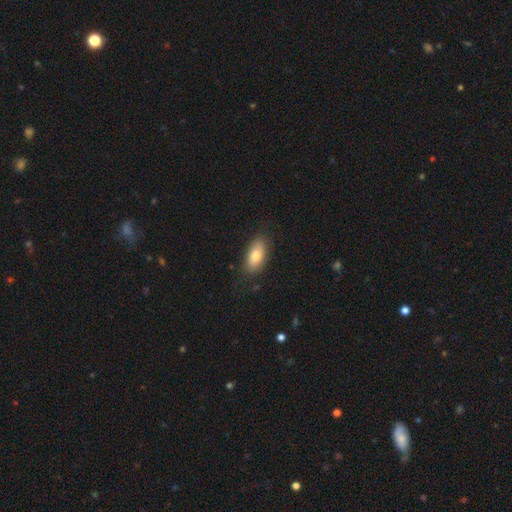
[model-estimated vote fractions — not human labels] smooth_or_featured: smooth (p=0.77) [alt: featured or disk p=0.16]
how_rounded: in between (p=0.88) [alt: cigar-shaped p=0.08]
merging: none (p=0.81) [alt: minor disturbance p=0.14]